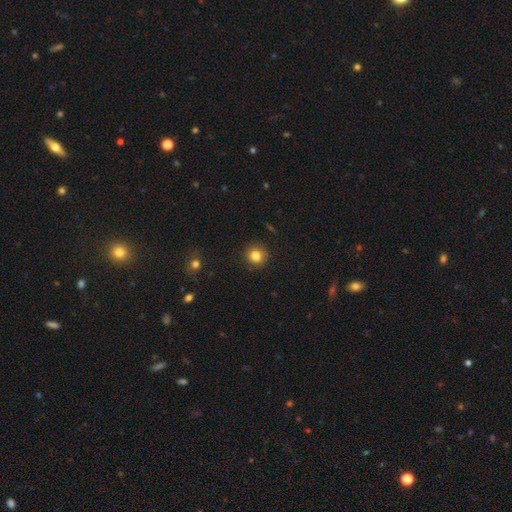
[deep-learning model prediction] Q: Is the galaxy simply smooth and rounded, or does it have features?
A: smooth — 83%.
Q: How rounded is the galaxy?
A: round — 90%.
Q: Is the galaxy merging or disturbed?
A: none — 90%.